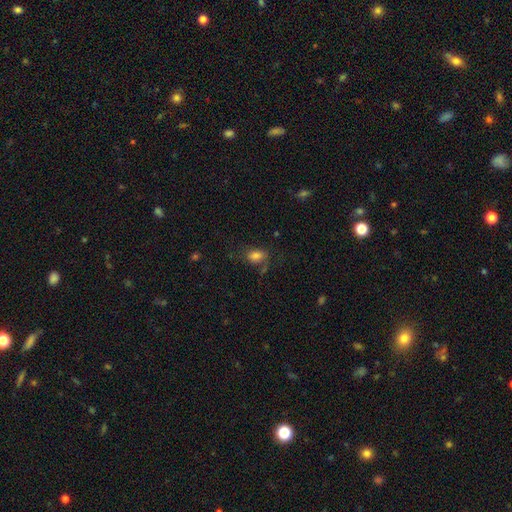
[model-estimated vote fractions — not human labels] A smooth galaxy with no disk features (79%) that is in between round and cigar-shaped (83%).

Vote fractions:
- Smooth or featured? smooth: 79% / star or artifact: 11% / featured or disk: 9%
- How rounded? in between: 83% / round: 15% / cigar-shaped: 2%
- Merging? none: 62% / minor disturbance: 21% / major disturbance: 11% / merger: 7%